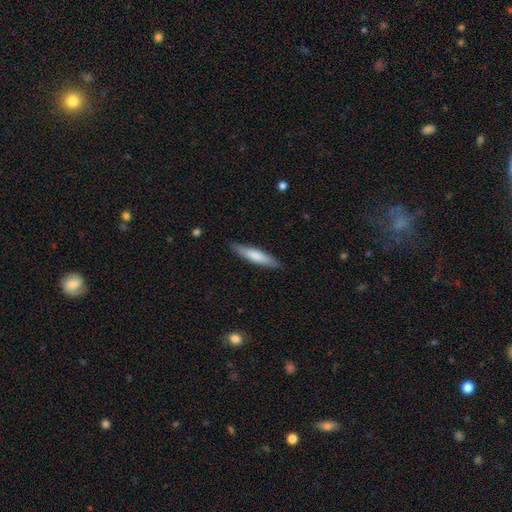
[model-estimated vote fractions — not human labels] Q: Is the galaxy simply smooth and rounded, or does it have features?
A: smooth — 73%.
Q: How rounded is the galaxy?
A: cigar-shaped — 84%.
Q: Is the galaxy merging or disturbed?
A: none — 89%.